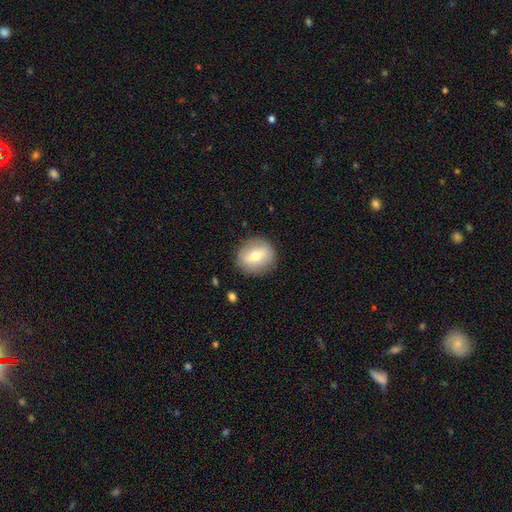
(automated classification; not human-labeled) Smooth or featured? smooth (64%)
How rounded? round (83%)
Merging? none (87%)